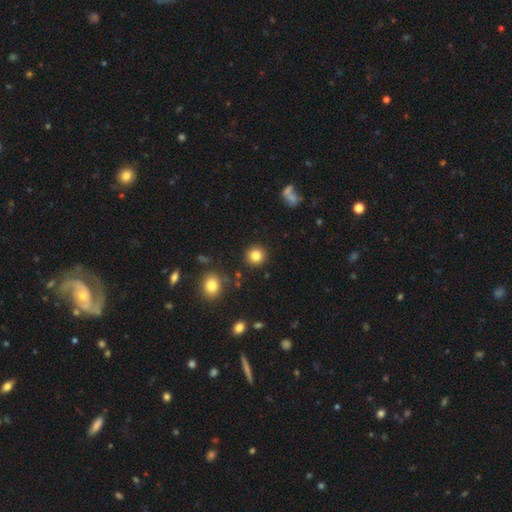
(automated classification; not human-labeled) A smooth galaxy with no disk features (84%) that is round (92%).

Vote fractions:
- Smooth or featured? smooth: 84% / star or artifact: 10% / featured or disk: 6%
- How rounded? round: 92% / in between: 7% / cigar-shaped: 1%
- Merging? none: 90% / minor disturbance: 5% / major disturbance: 2% / merger: 2%